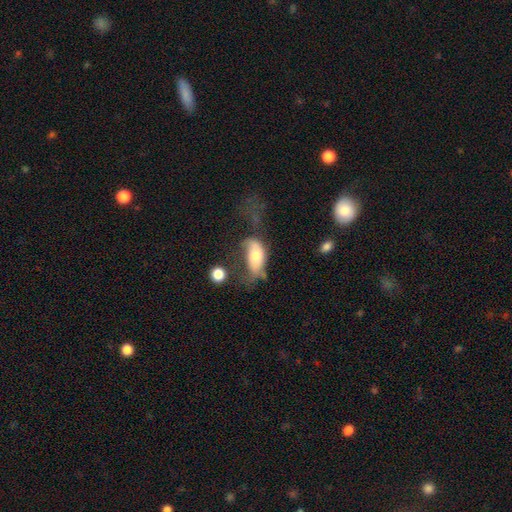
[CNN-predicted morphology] The model was most divided on "merging": major disturbance: 42%, minor disturbance: 25%, none: 23%, merger: 9%. More confident: how rounded — in between (90%); smooth or featured — smooth (60%).